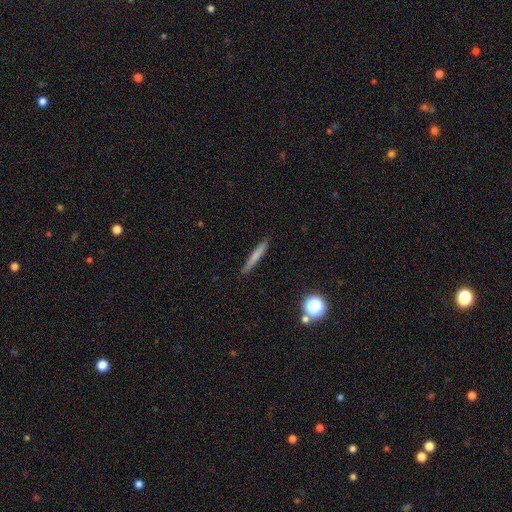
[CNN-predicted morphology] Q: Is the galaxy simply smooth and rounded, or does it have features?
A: smooth — 67%.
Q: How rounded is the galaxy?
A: cigar-shaped — 94%.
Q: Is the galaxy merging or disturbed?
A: none — 89%.